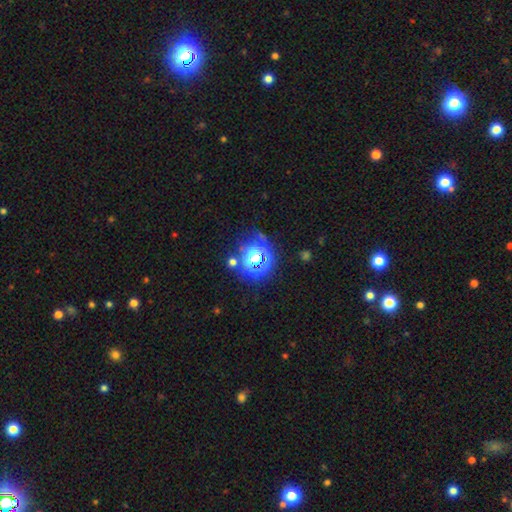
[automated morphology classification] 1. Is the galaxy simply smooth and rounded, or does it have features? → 69% star or artifact, 23% smooth, 8% featured or disk.